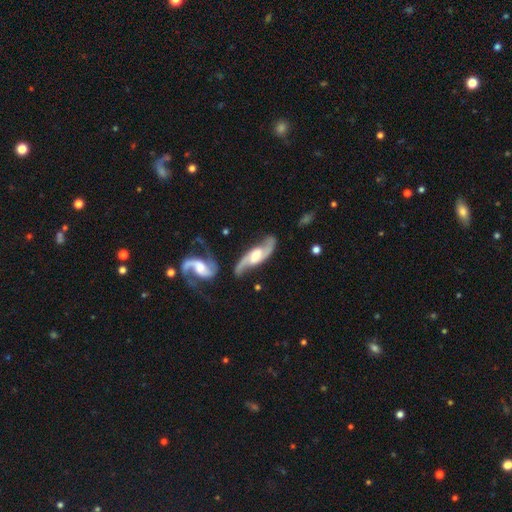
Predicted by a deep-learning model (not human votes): Smooth or featured? Predicted: featured or disk (p=0.88). Edge-on disk? Predicted: no (p=0.89). Bar? Predicted: weak (p=0.42). Spiral arms? Predicted: yes (p=0.96). Spiral winding? Predicted: loose (p=0.45). Spiral arm count? Predicted: 2 (p=0.93). Bulge size? Predicted: moderate (p=0.55). Merging? Predicted: none (p=0.68).